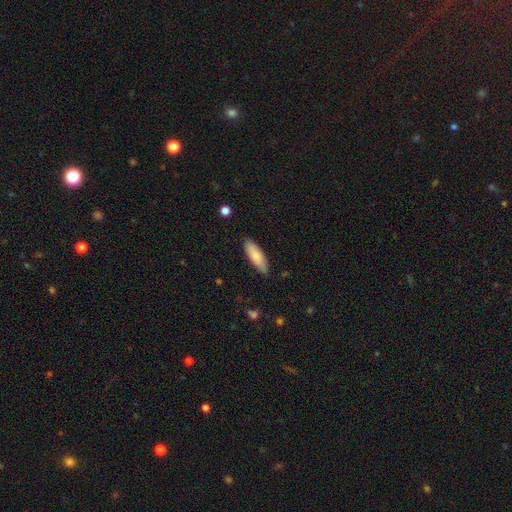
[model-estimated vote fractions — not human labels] Smooth or featured: smooth — 78% (featured or disk — 17%)
How rounded: in between — 62% (cigar-shaped — 37%)
Merging: none — 83% (minor disturbance — 14%)